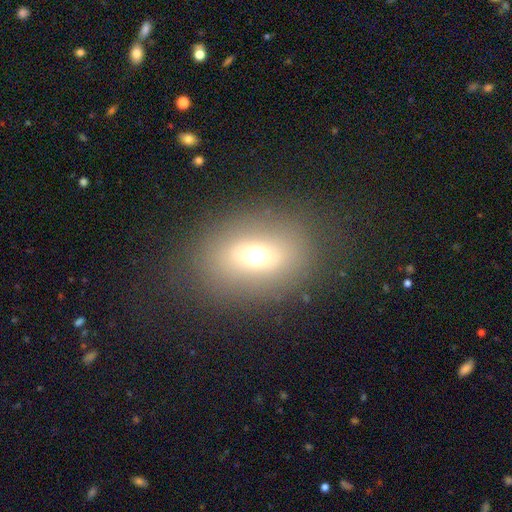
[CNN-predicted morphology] The model was most divided on "how rounded": in between: 52%, round: 46%, cigar-shaped: 1%. More confident: merging — none (81%); smooth or featured — smooth (62%).